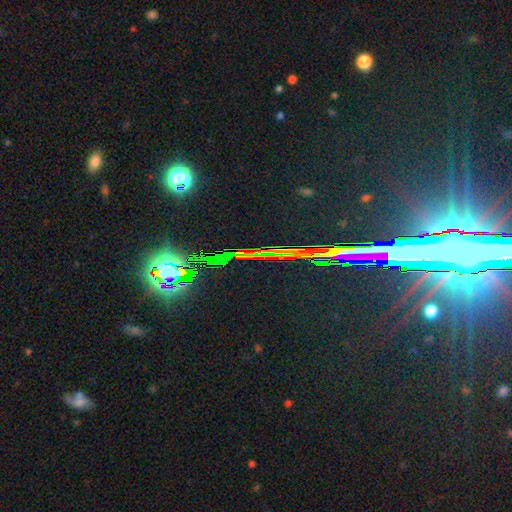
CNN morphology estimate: The model was most divided on "smooth or featured": star or artifact: 84%, smooth: 8%, featured or disk: 8%.